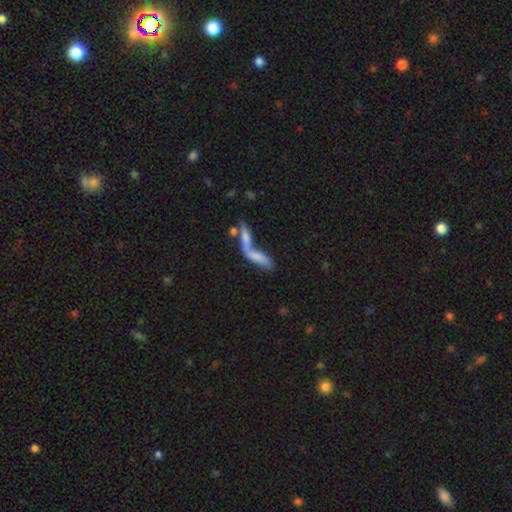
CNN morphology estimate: This is likely a smooth galaxy (62%). How rounded: possibly cigar-shaped (58%). Merging: likely merger (68%).